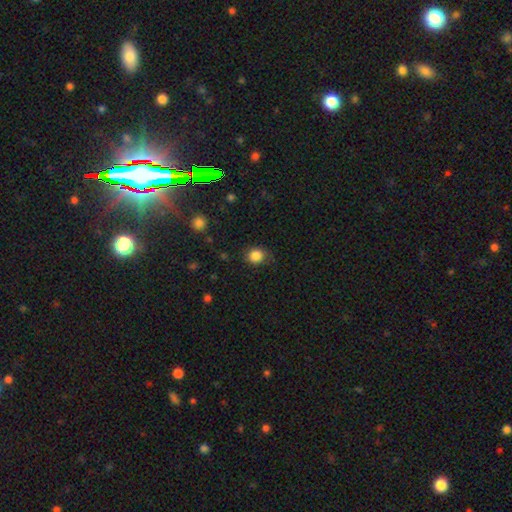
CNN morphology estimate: A smooth galaxy with no disk features (85%) that is round (77%). Merging: none (75%).